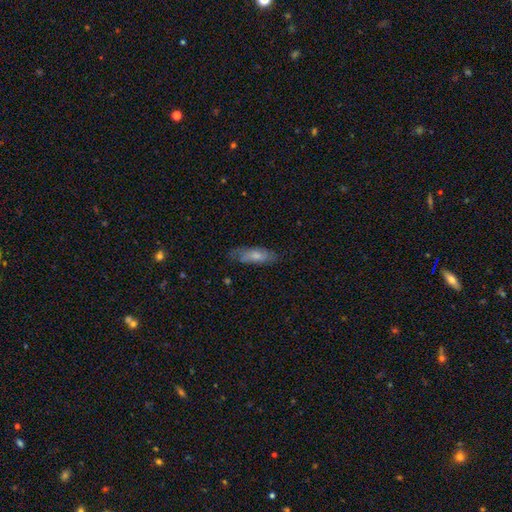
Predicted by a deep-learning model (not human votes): Overall: smooth (64%; featured or disk 30%). How rounded: in between (61%; cigar-shaped 37%). Merging: none (68%).